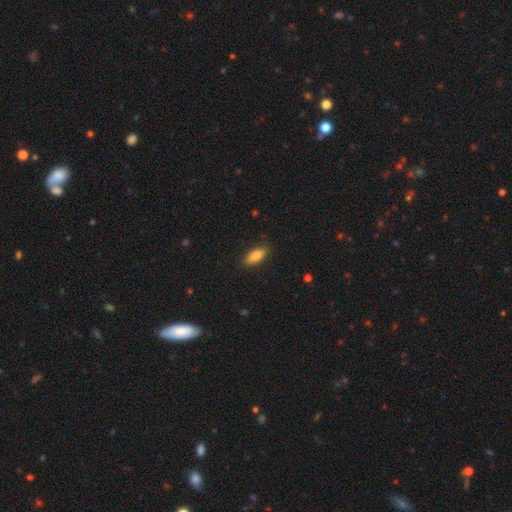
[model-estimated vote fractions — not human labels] Smooth or featured? smooth (85%)
How rounded? in between (80%)
Merging? none (87%)